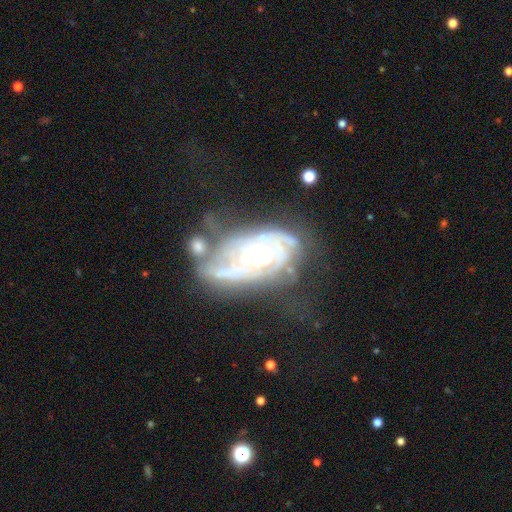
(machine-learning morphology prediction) A featured or disk galaxy (85%) with no bar (76%), tight (66%) spiral arms (91%) and a small central bulge (61%). Merging: none (40%).